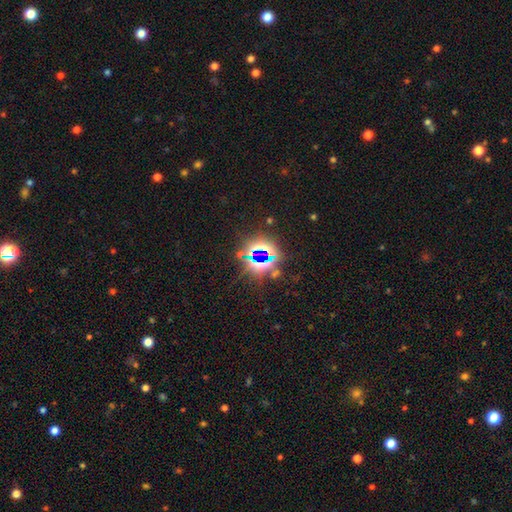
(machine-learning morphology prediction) smooth-or-featured: star or artifact: 79% | smooth: 11% | featured or disk: 10%